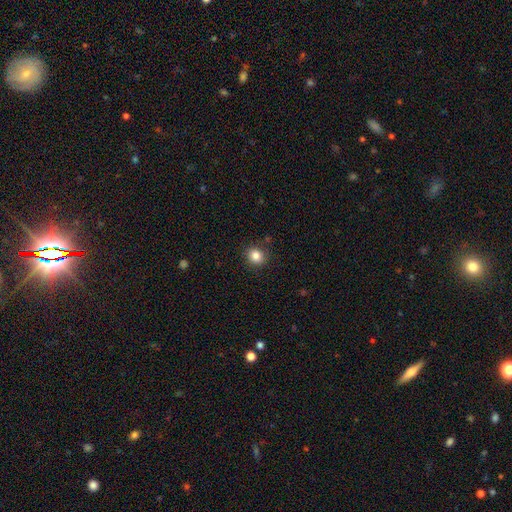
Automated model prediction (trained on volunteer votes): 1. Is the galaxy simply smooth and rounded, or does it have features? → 85% smooth, 11% star or artifact, 5% featured or disk.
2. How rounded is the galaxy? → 80% round, 19% in between, 1% cigar-shaped.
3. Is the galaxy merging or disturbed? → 87% none, 9% minor disturbance, 2% major disturbance, 2% merger.